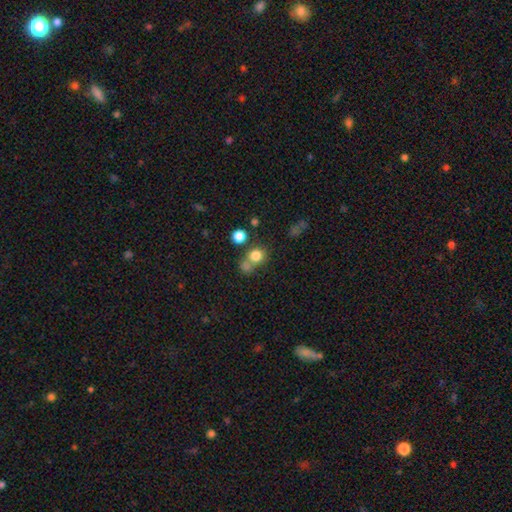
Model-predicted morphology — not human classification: smooth 78%, star or artifact 13%, featured or disk 9%. Down the decision tree: how rounded — round (81%); merging — none (51%).